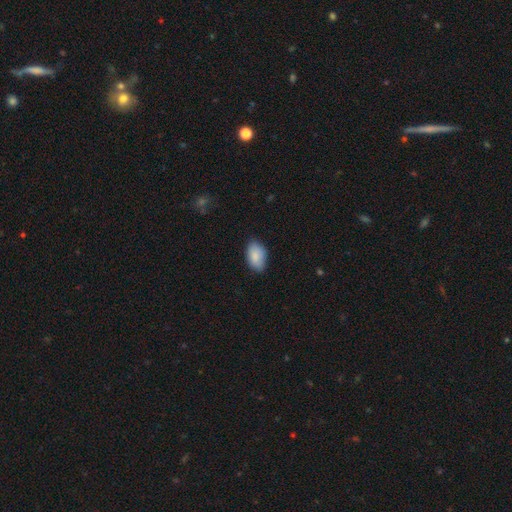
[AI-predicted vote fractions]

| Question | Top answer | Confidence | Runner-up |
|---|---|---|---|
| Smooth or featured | smooth | 87% | featured or disk (7%) |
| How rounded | in between | 93% | round (6%) |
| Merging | none | 81% | minor disturbance (16%) |